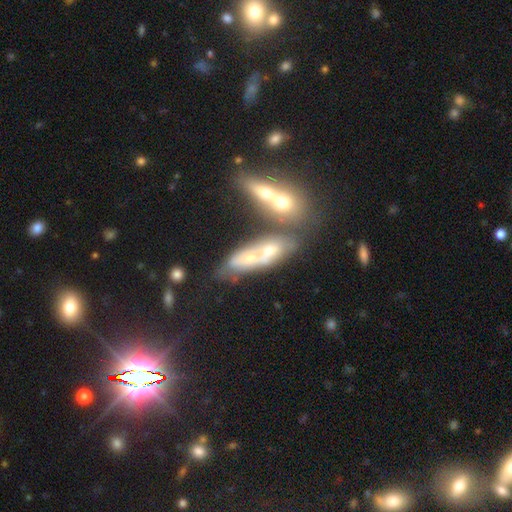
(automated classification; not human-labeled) The model was most divided on "smooth or featured": featured or disk: 53%, smooth: 33%, star or artifact: 14%. More confident: edge-on disk — no (80%); merging — merger (56%).